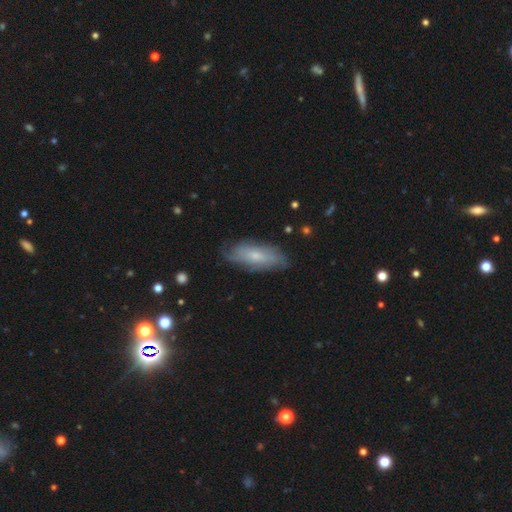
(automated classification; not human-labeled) A featured or disk galaxy (56%). Merging: none (75%).